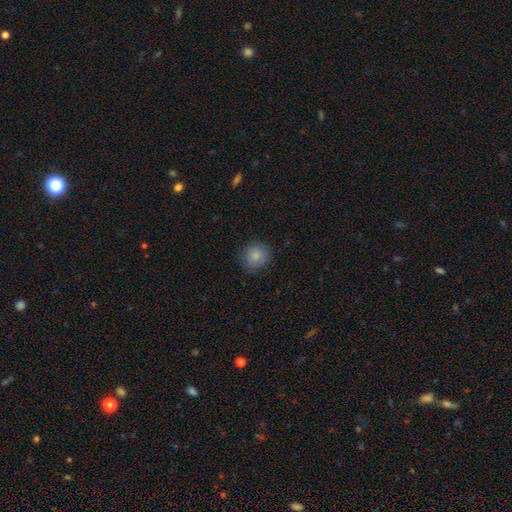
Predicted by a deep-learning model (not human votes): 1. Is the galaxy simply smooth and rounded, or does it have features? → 85% smooth, 8% star or artifact, 6% featured or disk.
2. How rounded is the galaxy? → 87% round, 12% in between, 1% cigar-shaped.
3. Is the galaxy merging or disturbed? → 81% none, 14% minor disturbance, 4% major disturbance, 1% merger.